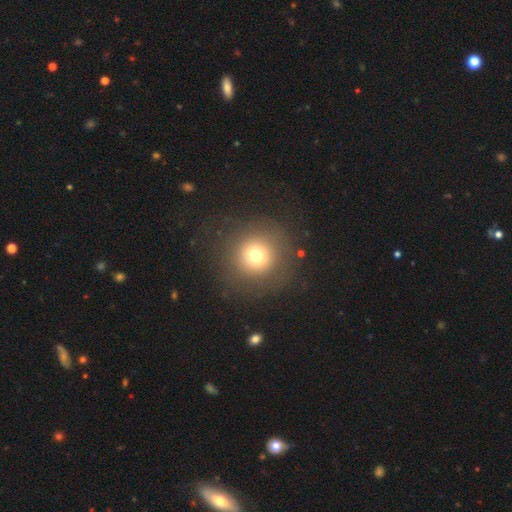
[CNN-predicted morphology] smooth-or-featured: smooth: 71% | star or artifact: 16% | featured or disk: 13%
  how-rounded: round: 95% | in between: 4% | cigar-shaped: 1%
  merging: none: 83% | minor disturbance: 9% | major disturbance: 7% | merger: 1%